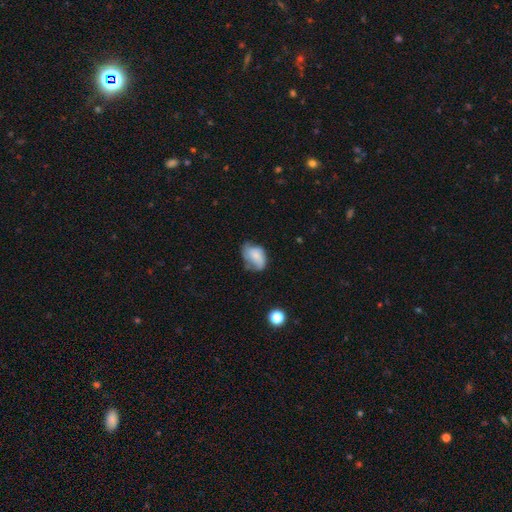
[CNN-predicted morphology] This appears to be a smooth galaxy with no disk features (54%) that is in between round and cigar-shaped (80%). Merging: none (43%).